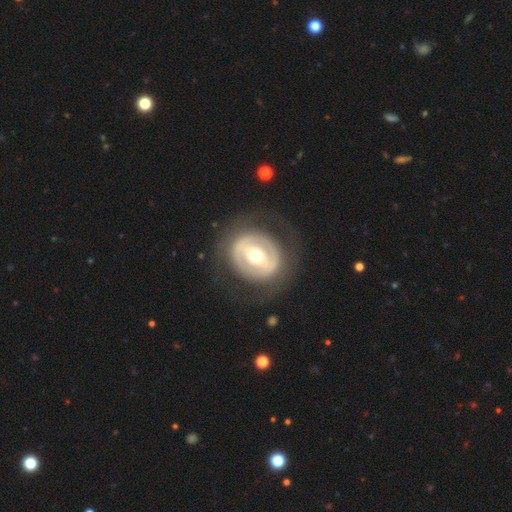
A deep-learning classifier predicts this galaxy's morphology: type=featured or disk (69%); edge-on=no (96%); bar=strong (39%); spiral arms=no (70%); bulge=moderate (64%); merging=none (76%).